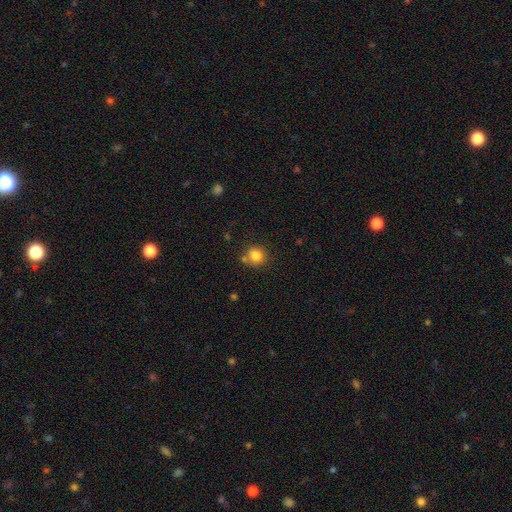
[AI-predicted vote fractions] Smooth or featured?
  - smooth: 81% *
  - star or artifact: 11%
  - featured or disk: 7%
How rounded?
  - round: 83% *
  - in between: 17%
  - cigar-shaped: 1%
Merging?
  - none: 72% *
  - minor disturbance: 13%
  - merger: 12%
  - major disturbance: 4%